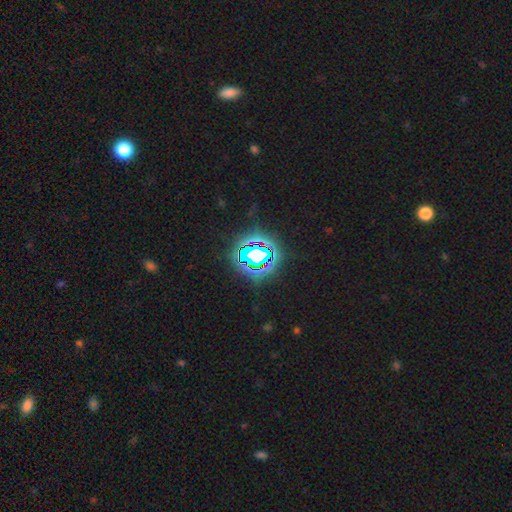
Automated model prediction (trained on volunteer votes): Smooth or featured: star or artifact — 74% (smooth — 15%)